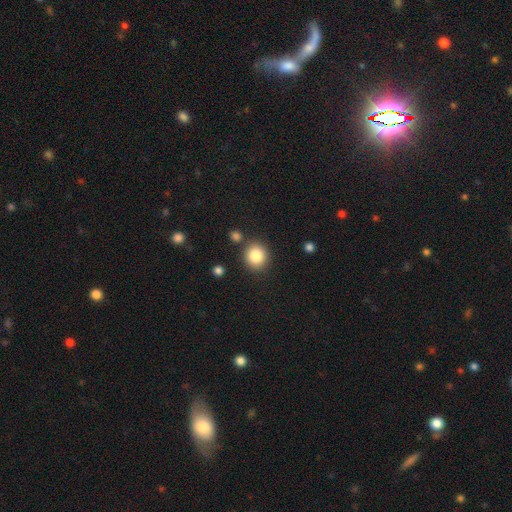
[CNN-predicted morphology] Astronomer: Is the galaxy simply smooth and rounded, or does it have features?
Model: smooth — 85%.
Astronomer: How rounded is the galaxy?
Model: round — 82%.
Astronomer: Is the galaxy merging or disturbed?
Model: none — 83%.